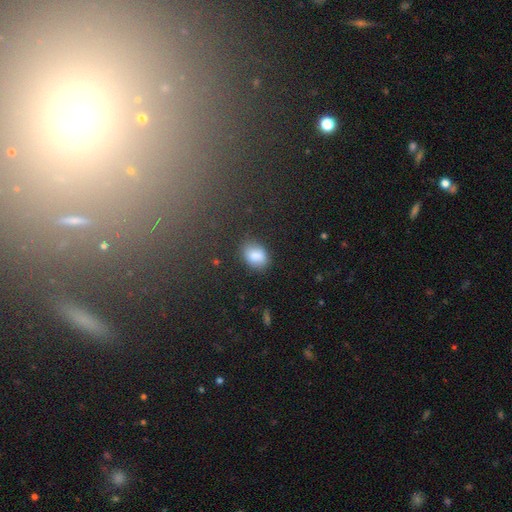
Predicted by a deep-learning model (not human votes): This is clearly a smooth galaxy (84%). How rounded: likely in between (76%). Merging: likely none (75%).